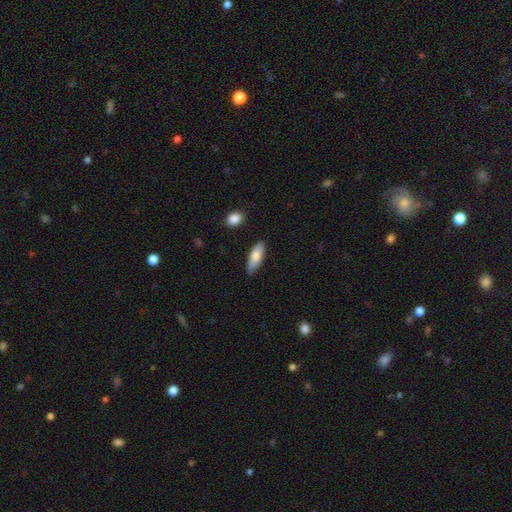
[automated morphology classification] Smooth or featured? smooth (76%)
How rounded? in between (67%)
Merging? none (78%)